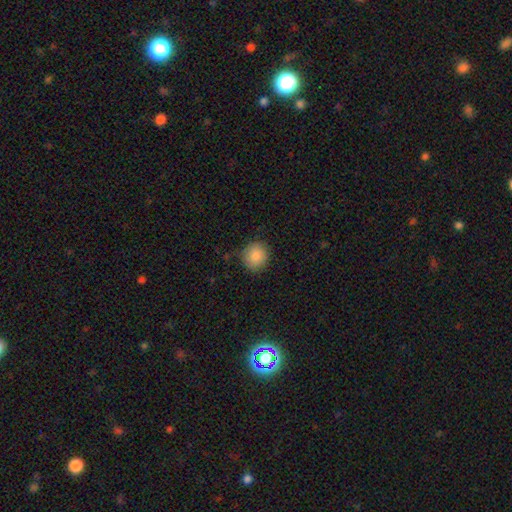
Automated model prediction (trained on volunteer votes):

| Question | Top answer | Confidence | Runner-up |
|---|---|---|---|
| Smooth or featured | smooth | 88% | star or artifact (8%) |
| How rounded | round | 88% | in between (11%) |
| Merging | none | 85% | minor disturbance (12%) |